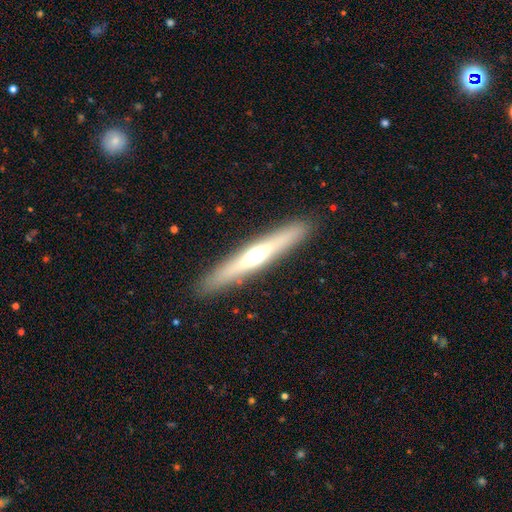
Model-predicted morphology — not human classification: This appears to be a featured or disk galaxy (59%) viewed edge-on (93%) with a rounded central bulge (89%). Merging: none (89%).